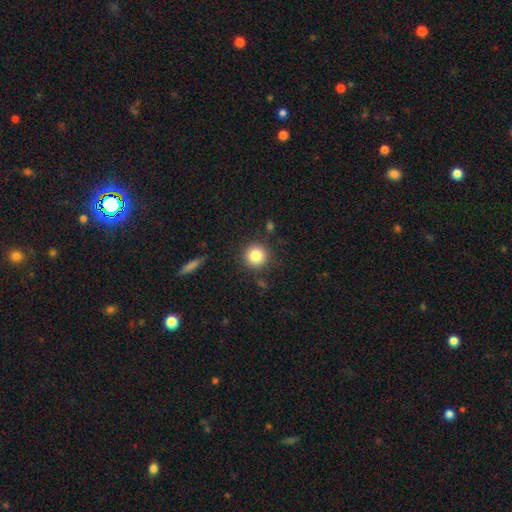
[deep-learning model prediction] Q: Smooth or featured?
A: smooth (84%); runner-up: star or artifact (10%)
Q: How rounded?
A: round (94%); runner-up: in between (5%)
Q: Merging?
A: none (87%); runner-up: minor disturbance (8%)